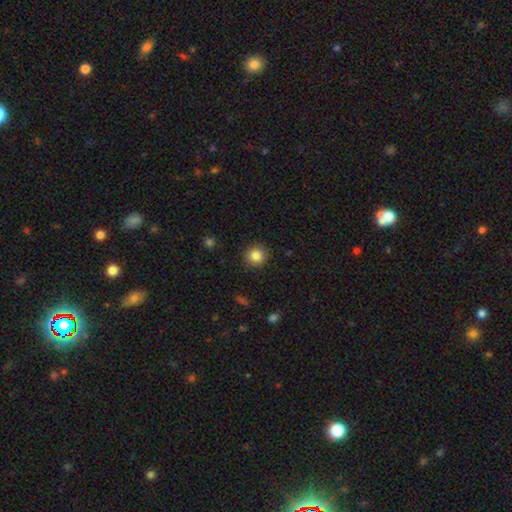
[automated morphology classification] A smooth galaxy with no disk features (85%) that is round (93%).

Vote fractions:
- Smooth or featured? smooth: 85% / star or artifact: 10% / featured or disk: 5%
- How rounded? round: 93% / in between: 6% / cigar-shaped: 1%
- Merging? none: 90% / minor disturbance: 6% / major disturbance: 2% / merger: 1%